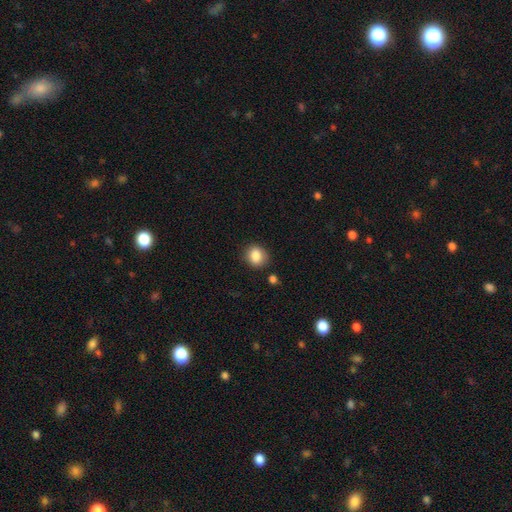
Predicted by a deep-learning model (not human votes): Q: Smooth or featured?
A: smooth (86%); runner-up: star or artifact (9%)
Q: How rounded?
A: round (70%); runner-up: in between (29%)
Q: Merging?
A: none (82%); runner-up: minor disturbance (12%)